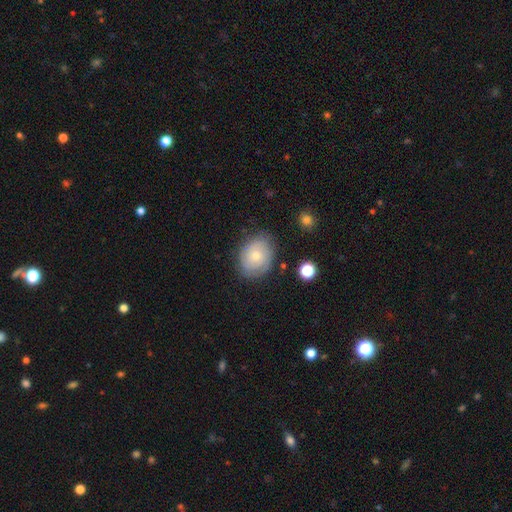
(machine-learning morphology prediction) Smooth or featured: featured or disk — 49% (smooth — 43%)
Merging: none — 76% (minor disturbance — 18%)